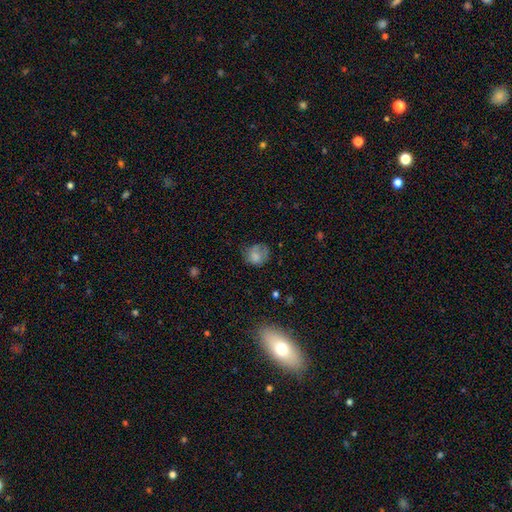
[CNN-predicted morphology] type=smooth (71%); roundness=round (69%); merging=none (51%).